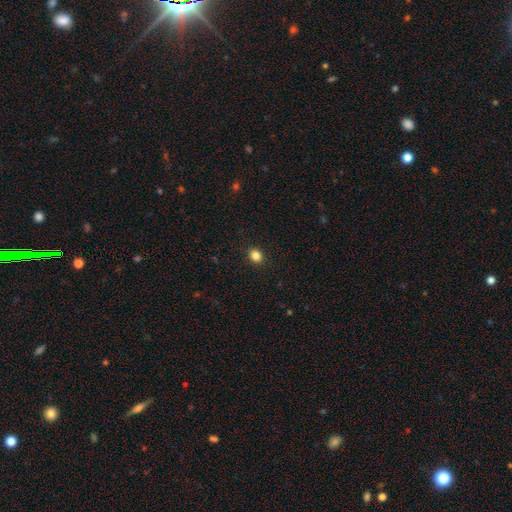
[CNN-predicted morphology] The model was most divided on "how rounded": round: 62%, in between: 37%, cigar-shaped: 1%. More confident: merging — none (91%); smooth or featured — smooth (85%).